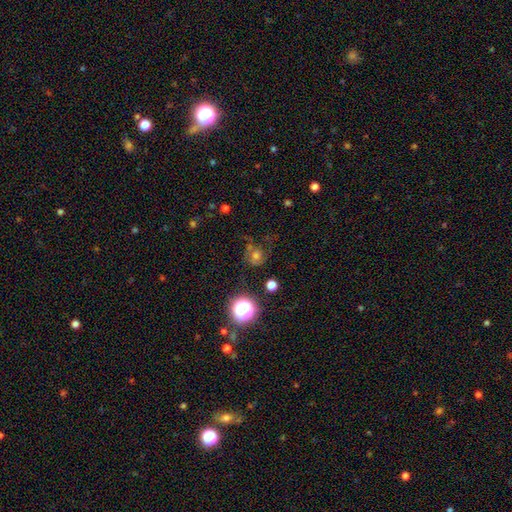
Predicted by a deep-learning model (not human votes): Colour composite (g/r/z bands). It shows a smooth galaxy with no disk features (49%). Merging: none (60%).